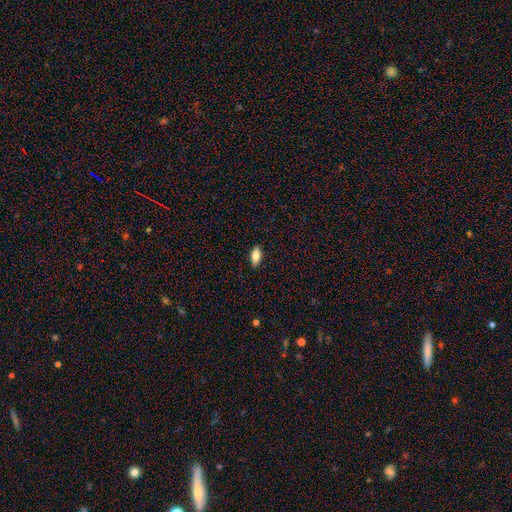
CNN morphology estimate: Smooth or featured: smooth — 82% (featured or disk — 11%)
How rounded: in between — 86% (cigar-shaped — 11%)
Merging: none — 89% (minor disturbance — 9%)